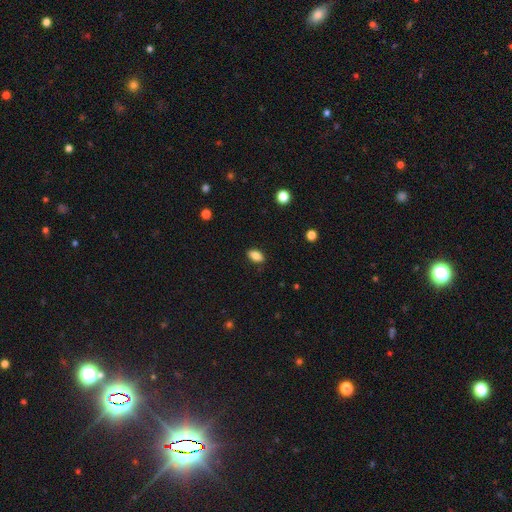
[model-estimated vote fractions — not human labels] Smooth or featured: smooth — 86% (star or artifact — 9%)
How rounded: in between — 89% (round — 6%)
Merging: none — 87% (minor disturbance — 10%)